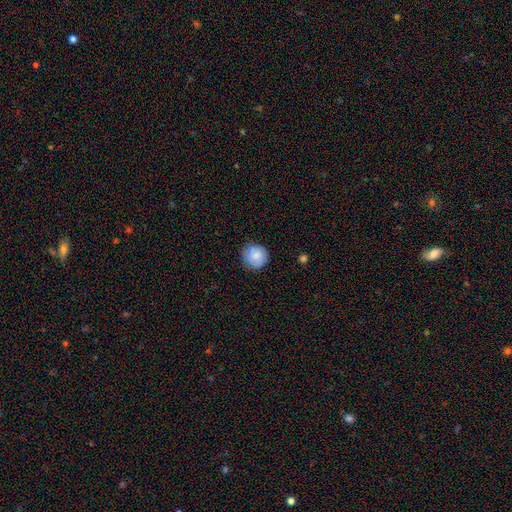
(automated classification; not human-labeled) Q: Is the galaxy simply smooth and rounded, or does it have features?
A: smooth — 81%.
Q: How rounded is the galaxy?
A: round — 91%.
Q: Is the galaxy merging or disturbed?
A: none — 80%.